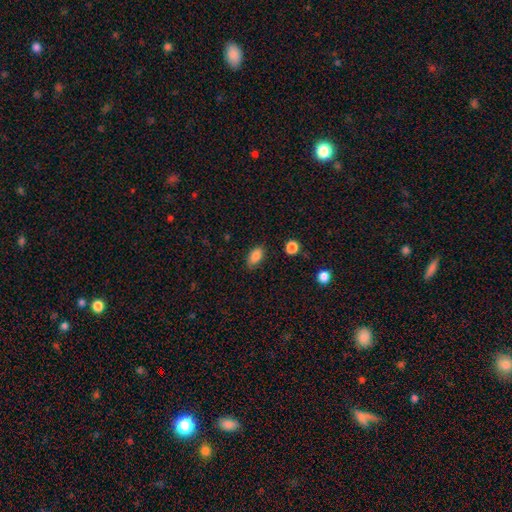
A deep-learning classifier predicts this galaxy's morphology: Q: Smooth or featured?
A: smooth (84%); runner-up: star or artifact (9%)
Q: How rounded?
A: in between (90%); runner-up: round (7%)
Q: Merging?
A: none (79%); runner-up: minor disturbance (16%)